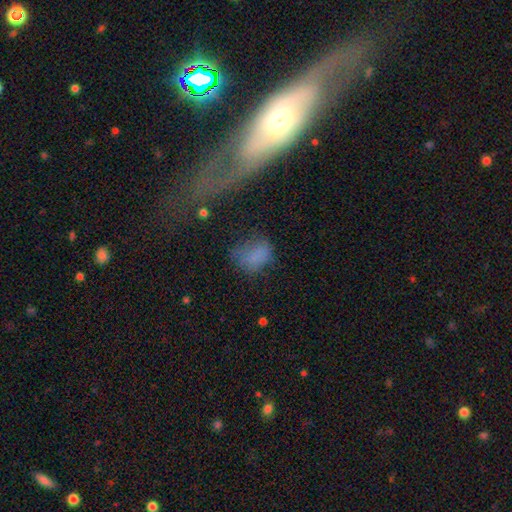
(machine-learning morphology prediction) A smooth galaxy with no disk features (69%) that is in between round and cigar-shaped (65%). Merging: none (42%).